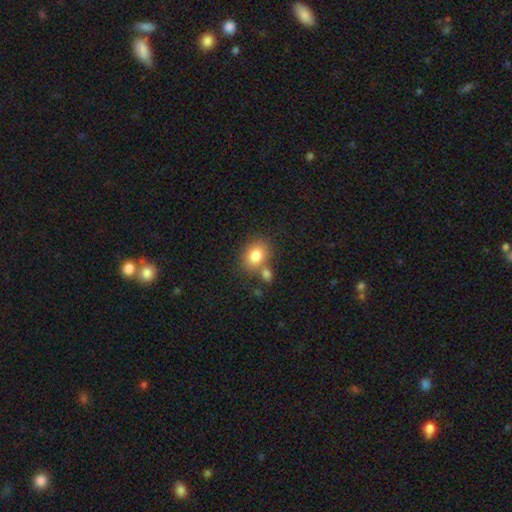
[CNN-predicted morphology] Overall: smooth (81%). How rounded: in between (59%; round 40%). Merging: none (60%; merger 23%).